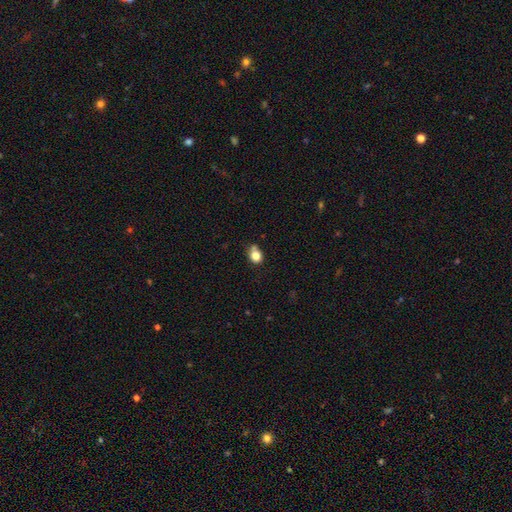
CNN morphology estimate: Q: Smooth or featured?
A: smooth (81%); runner-up: star or artifact (11%)
Q: How rounded?
A: round (65%); runner-up: in between (34%)
Q: Merging?
A: none (56%); runner-up: minor disturbance (24%)